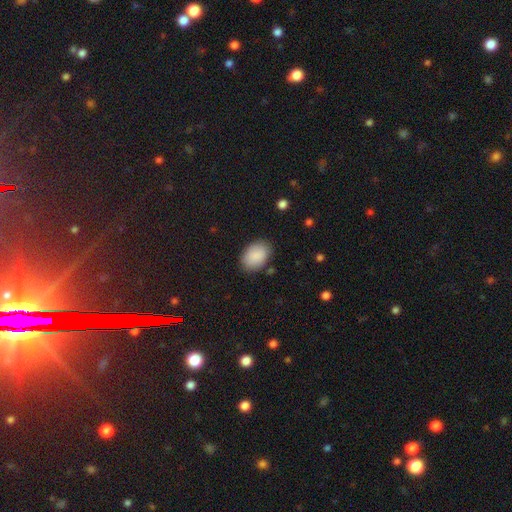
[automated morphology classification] A smooth galaxy with no disk features (89%) that is in between round and cigar-shaped (83%).

Vote fractions:
- Smooth or featured? smooth: 89% / star or artifact: 7% / featured or disk: 4%
- How rounded? in between: 83% / round: 16% / cigar-shaped: 1%
- Merging? none: 83% / minor disturbance: 13% / major disturbance: 3% / merger: 2%